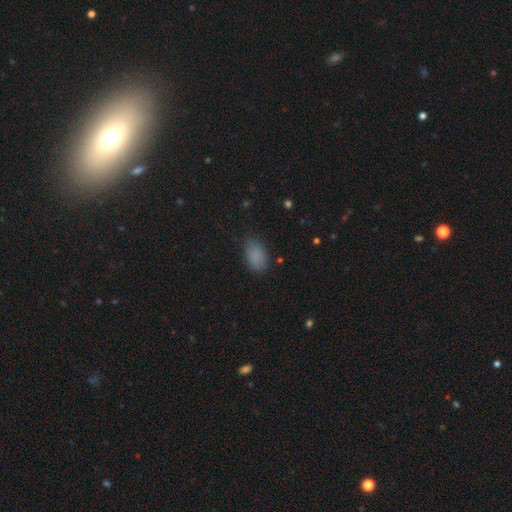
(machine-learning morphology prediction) type=smooth (85%); roundness=in between (91%); merging=none (76%).